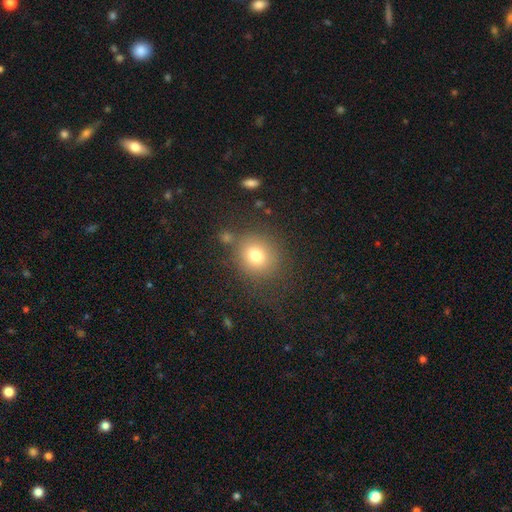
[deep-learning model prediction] Morphology: type=smooth (77%); roundness=round (80%); merging=none (75%).